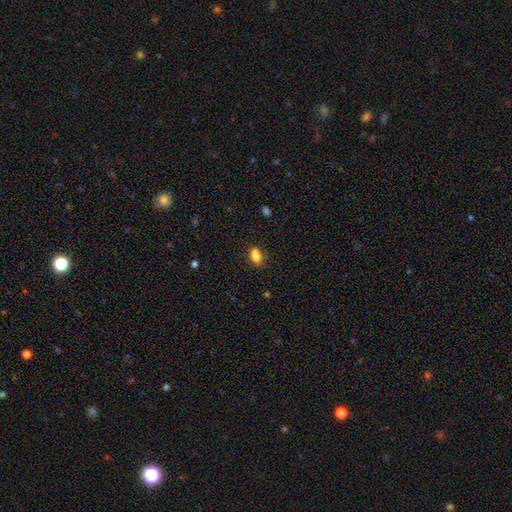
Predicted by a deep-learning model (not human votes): This appears to be a smooth galaxy with no disk features (80%) that is in between round and cigar-shaped (77%). Merging: none (57%).